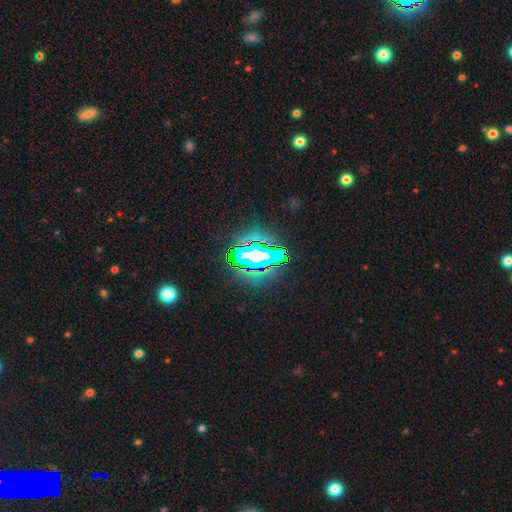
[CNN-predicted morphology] type=star or artifact (67%).